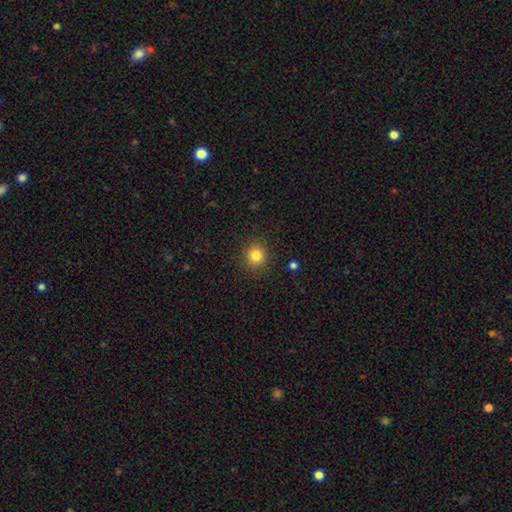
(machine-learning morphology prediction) Smooth or featured?
  - smooth: 82% *
  - star or artifact: 12%
  - featured or disk: 6%
How rounded?
  - round: 87% *
  - in between: 12%
  - cigar-shaped: 1%
Merging?
  - none: 89% *
  - minor disturbance: 7%
  - major disturbance: 2%
  - merger: 1%